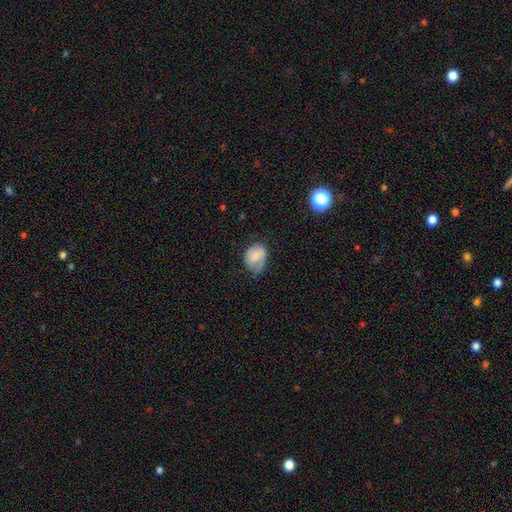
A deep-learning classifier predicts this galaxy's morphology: A smooth galaxy with no disk features (64%) that is in between round and cigar-shaped (59%).

Vote fractions:
- Smooth or featured? smooth: 64% / featured or disk: 28% / star or artifact: 8%
- How rounded? in between: 59% / round: 40% / cigar-shaped: 1%
- Merging? none: 43% / minor disturbance: 36% / major disturbance: 19% / merger: 2%